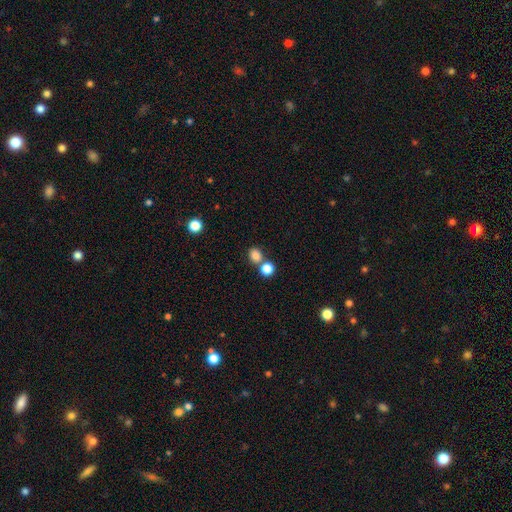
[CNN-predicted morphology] This is clearly a smooth galaxy (82%). How rounded: likely round (72%). Merging: likely none (61%).